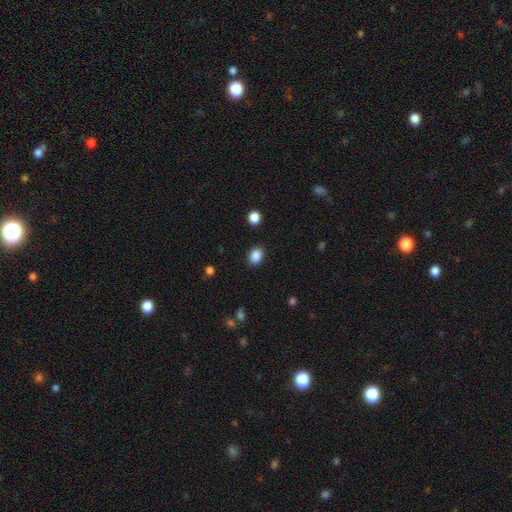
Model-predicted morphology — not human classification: This is clearly a smooth galaxy (87%). How rounded: possibly in between (59%). Merging: clearly none (87%).